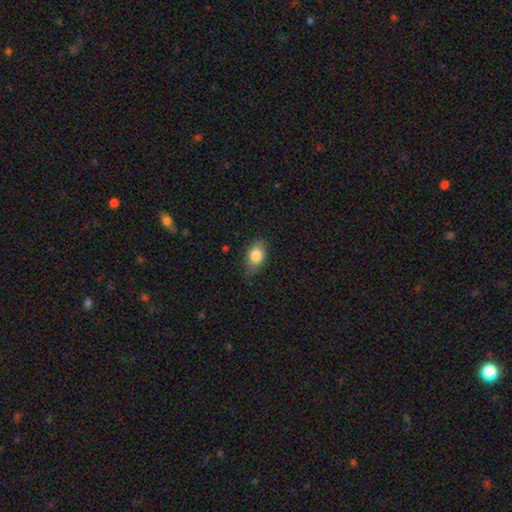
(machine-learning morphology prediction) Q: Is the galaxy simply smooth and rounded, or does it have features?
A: smooth — 83%.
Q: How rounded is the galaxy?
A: in between — 84%.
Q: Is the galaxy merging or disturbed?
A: none — 77%.